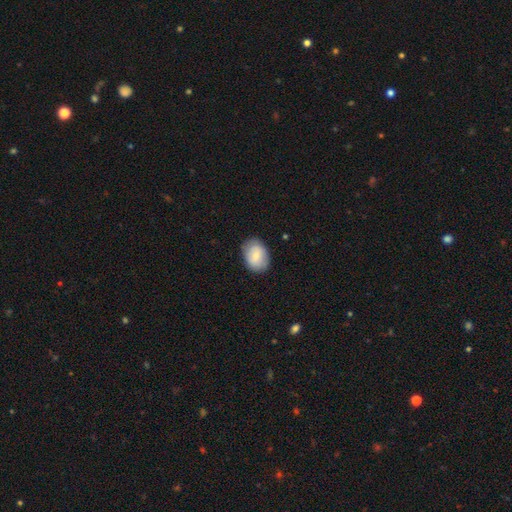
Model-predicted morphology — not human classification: Smooth or featured?
  - smooth: 75% *
  - featured or disk: 18%
  - star or artifact: 7%
How rounded?
  - in between: 72% *
  - round: 27%
  - cigar-shaped: 1%
Merging?
  - none: 81% *
  - minor disturbance: 15%
  - major disturbance: 3%
  - merger: 1%